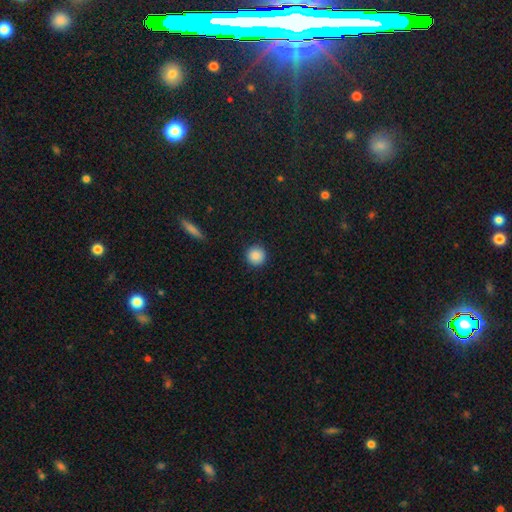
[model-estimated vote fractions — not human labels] Overall: smooth (87%). How rounded: round (95%). Merging: none (91%).